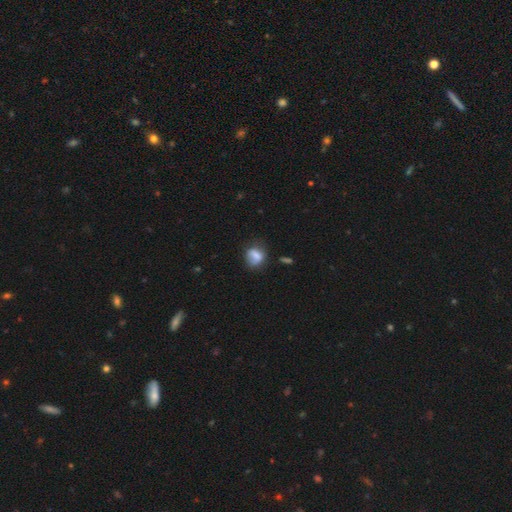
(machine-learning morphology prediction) This appears to be a smooth galaxy with no disk features (73%) that is round (51%). Merging: none (54%).